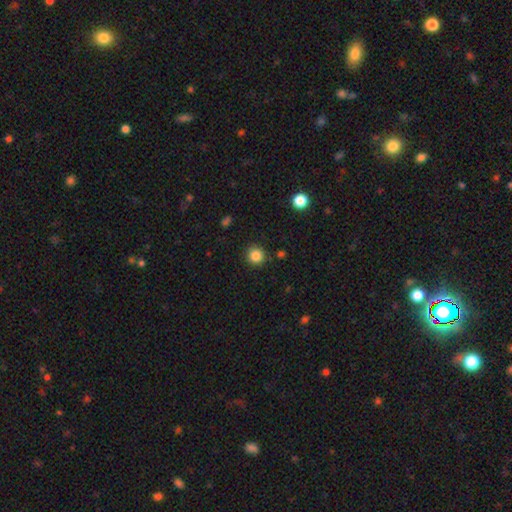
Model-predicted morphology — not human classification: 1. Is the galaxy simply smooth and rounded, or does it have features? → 85% smooth, 11% star or artifact, 4% featured or disk.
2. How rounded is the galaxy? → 93% round, 6% in between, 1% cigar-shaped.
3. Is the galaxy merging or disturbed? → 89% none, 7% minor disturbance, 2% major disturbance, 2% merger.